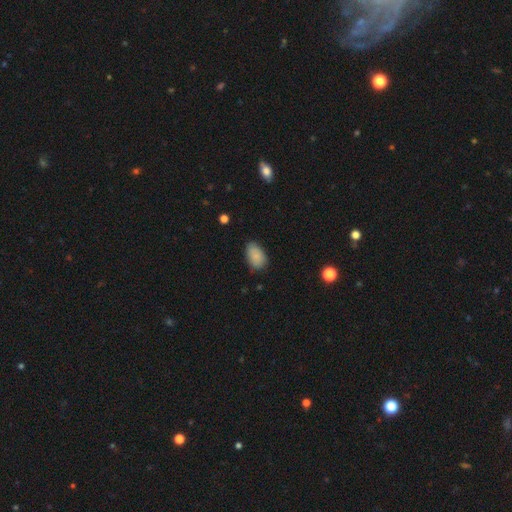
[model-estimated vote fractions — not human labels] smooth-or-featured: smooth: 86% | star or artifact: 8% | featured or disk: 6%
  how-rounded: in between: 90% | round: 9% | cigar-shaped: 1%
  merging: none: 74% | minor disturbance: 21% | major disturbance: 4% | merger: 1%